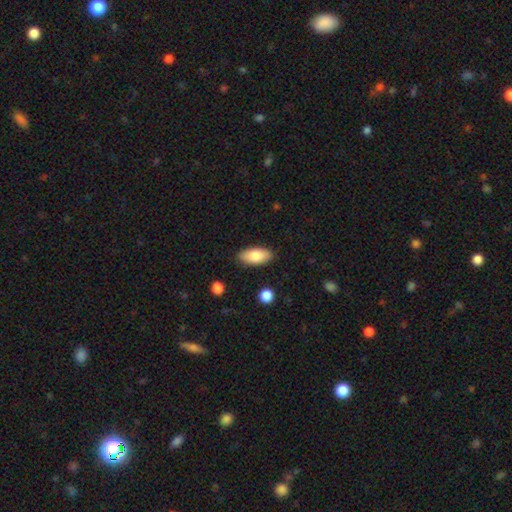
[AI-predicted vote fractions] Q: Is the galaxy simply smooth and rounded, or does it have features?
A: smooth — 81%.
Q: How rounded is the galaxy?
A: in between — 90%.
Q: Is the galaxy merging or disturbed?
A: none — 88%.